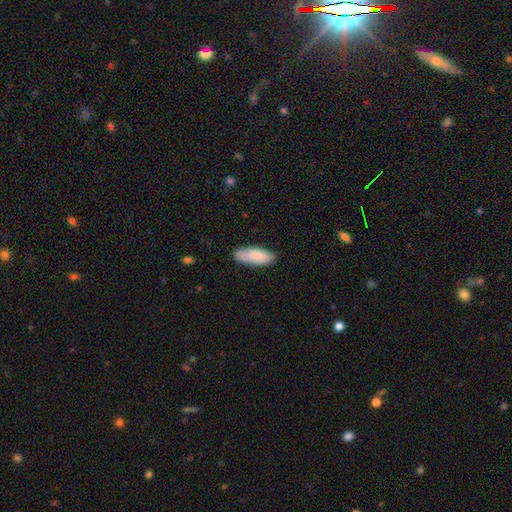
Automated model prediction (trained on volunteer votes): Overall: smooth (84%). How rounded: in between (75%). Merging: none (79%).